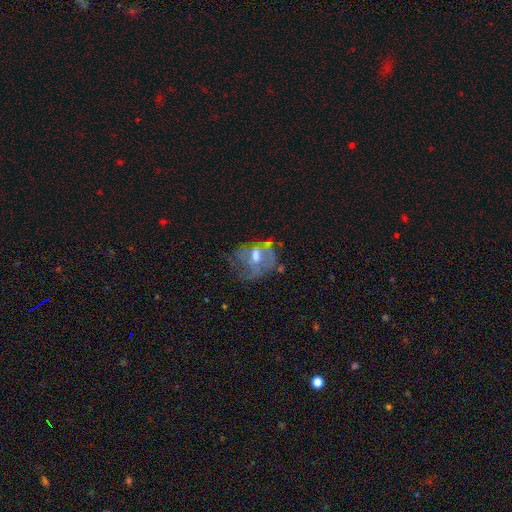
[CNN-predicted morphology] A featured or disk galaxy (62%) with no bar (53%), no spiral arms (62%) and a moderate central bulge (60%). Merging: none (37%).